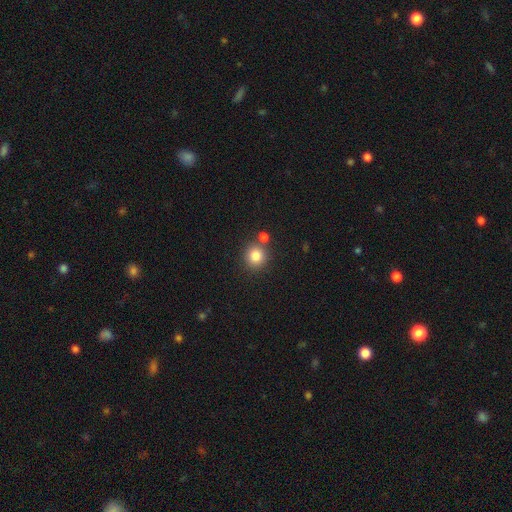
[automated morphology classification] Smooth or featured: smooth — 83% (star or artifact — 11%)
How rounded: round — 89% (in between — 10%)
Merging: none — 72% (merger — 17%)